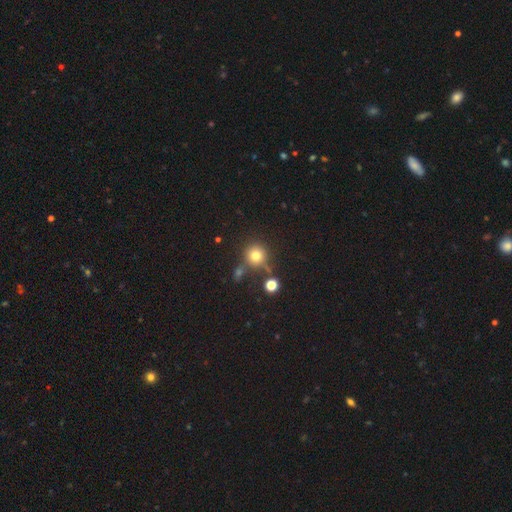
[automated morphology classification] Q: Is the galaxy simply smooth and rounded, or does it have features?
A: smooth — 76%.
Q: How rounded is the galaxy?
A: round — 92%.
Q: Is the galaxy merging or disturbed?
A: none — 68%.